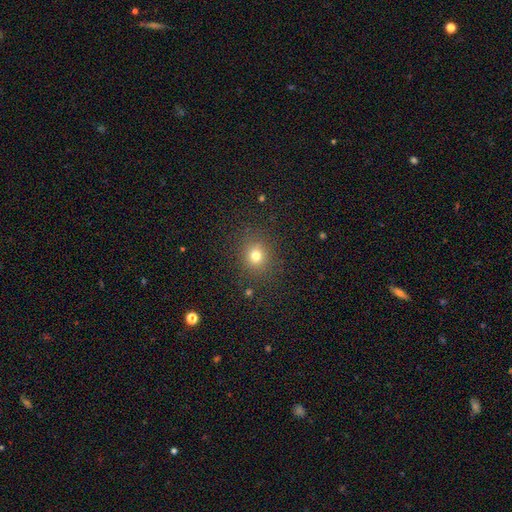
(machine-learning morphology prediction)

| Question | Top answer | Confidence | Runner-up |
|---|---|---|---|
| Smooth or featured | smooth | 75% | star or artifact (17%) |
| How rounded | round | 79% | in between (20%) |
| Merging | none | 86% | minor disturbance (8%) |